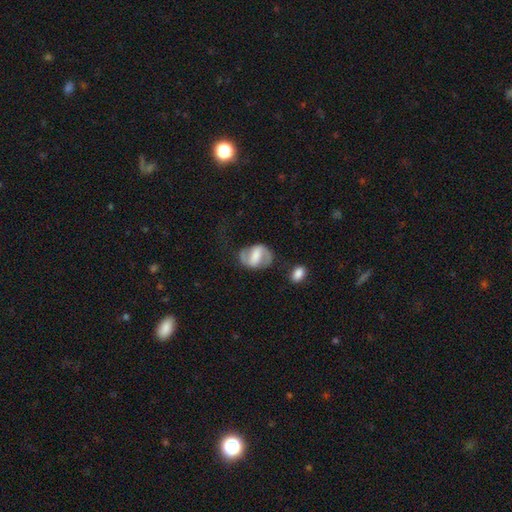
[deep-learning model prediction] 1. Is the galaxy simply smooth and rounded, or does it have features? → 68% featured or disk, 26% smooth, 6% star or artifact.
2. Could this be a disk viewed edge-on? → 96% no, 4% yes.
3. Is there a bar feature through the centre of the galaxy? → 54% strong, 32% weak, 14% no.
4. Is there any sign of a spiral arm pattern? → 80% yes, 20% no.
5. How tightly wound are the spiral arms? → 48% medium, 28% loose, 24% tight.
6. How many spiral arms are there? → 87% 2, 7% can't tell, 3% 1, 1% 3, 1% 4, 1% more than 4.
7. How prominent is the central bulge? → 32% moderate, 27% large, 20% small, 17% none, 4% dominant.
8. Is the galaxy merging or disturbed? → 64% none, 19% minor disturbance, 13% major disturbance, 4% merger.